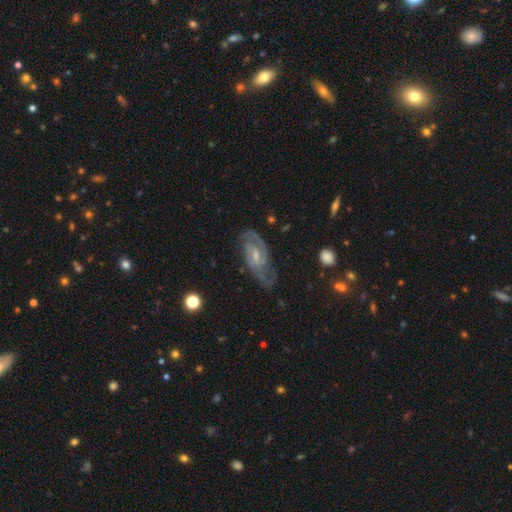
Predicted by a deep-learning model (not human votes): Smooth or featured: featured or disk — 88% (star or artifact — 6%)
Edge-on disk: no — 96% (yes — 4%)
Bar: weak — 50% (no — 35%)
Spiral arms: yes — 98% (no — 2%)
Spiral winding: medium — 48% (tight — 42%)
Spiral arm count: 2 — 84% (3 — 6%)
Bulge size: small — 57% (moderate — 35%)
Merging: none — 77% (minor disturbance — 16%)